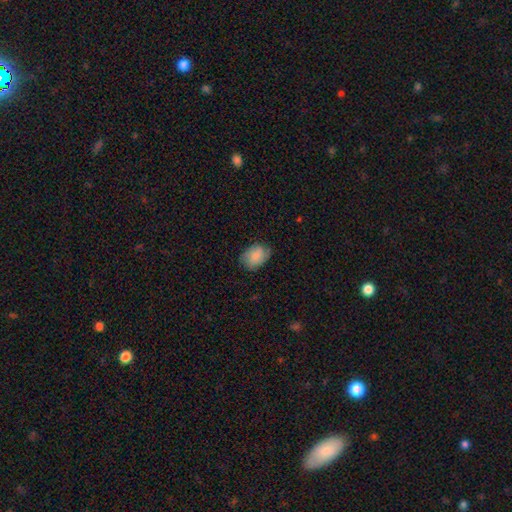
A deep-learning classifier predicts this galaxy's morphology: Q: Smooth or featured?
A: smooth (78%); runner-up: featured or disk (15%)
Q: How rounded?
A: in between (76%); runner-up: round (23%)
Q: Merging?
A: none (70%); runner-up: minor disturbance (24%)